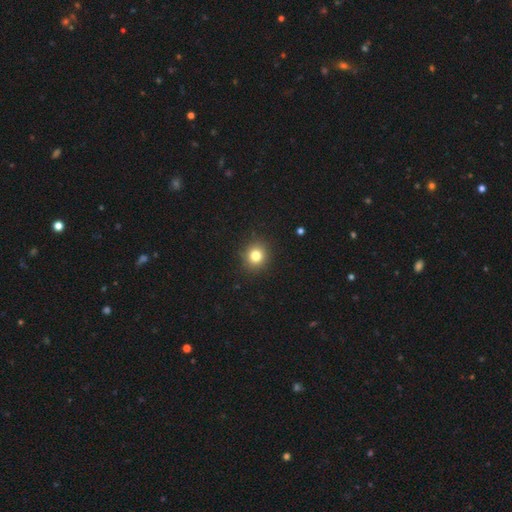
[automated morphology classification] Smooth or featured?
  - smooth: 80% *
  - star or artifact: 13%
  - featured or disk: 7%
How rounded?
  - round: 86% *
  - in between: 13%
  - cigar-shaped: 1%
Merging?
  - none: 91% *
  - minor disturbance: 6%
  - major disturbance: 2%
  - merger: 1%